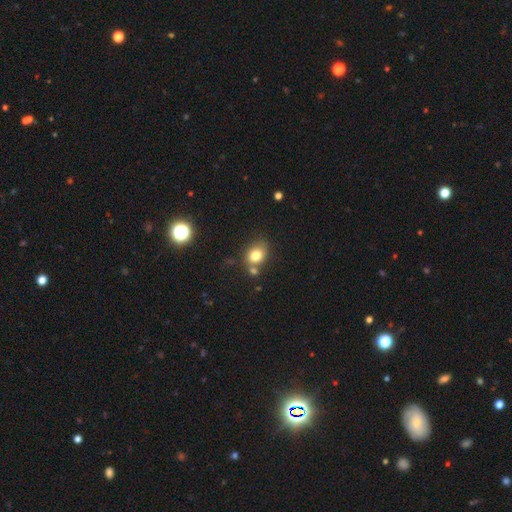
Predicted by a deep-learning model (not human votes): The model was most divided on "how rounded": in between: 52%, round: 47%, cigar-shaped: 1%. More confident: smooth or featured — smooth (79%); merging — none (59%).